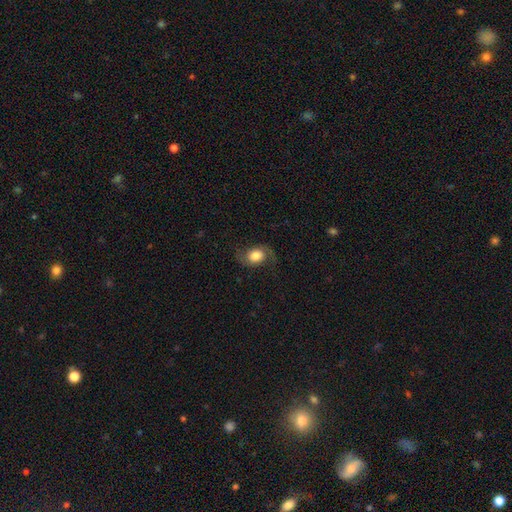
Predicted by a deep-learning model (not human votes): The model was most divided on "smooth or featured": featured or disk: 46%, smooth: 45%, star or artifact: 9%. More confident: merging — none (69%).